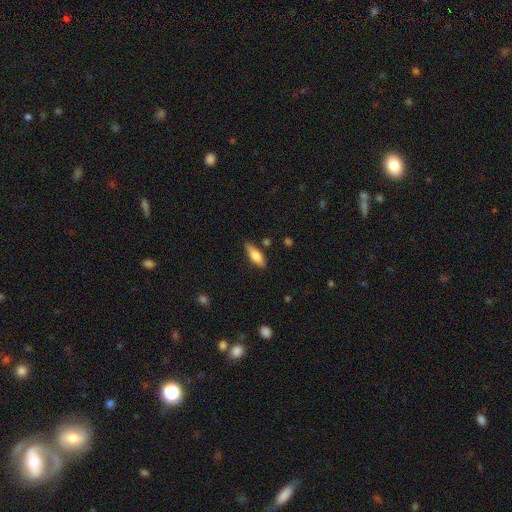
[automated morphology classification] The model was most divided on "how rounded": in between: 64%, cigar-shaped: 34%, round: 2%. More confident: merging — none (77%); smooth or featured — smooth (76%).